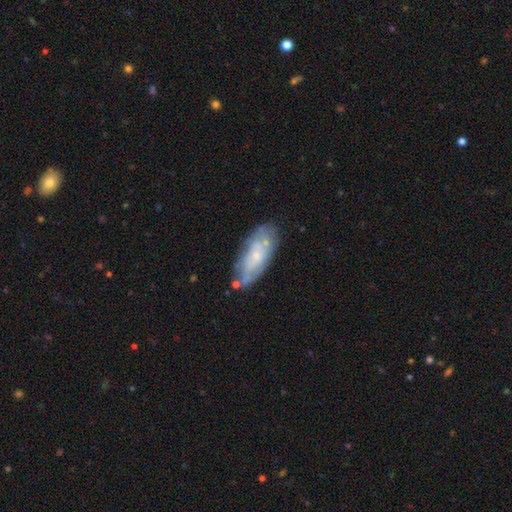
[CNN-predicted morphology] This appears to be a featured or disk galaxy (50%). Merging: none (67%).